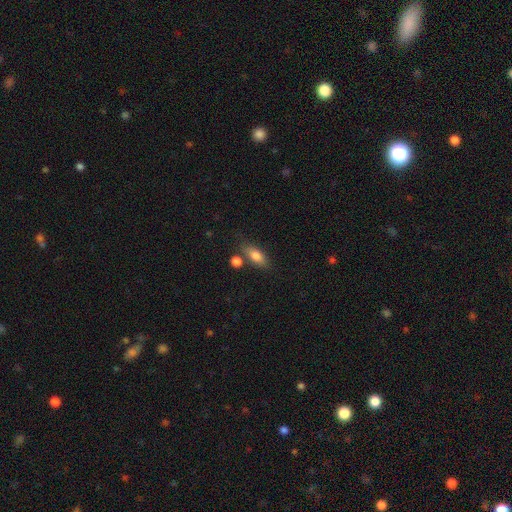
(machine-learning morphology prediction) smooth-or-featured: smooth: 80% | featured or disk: 13% | star or artifact: 7%
  how-rounded: in between: 78% | cigar-shaped: 16% | round: 5%
  merging: none: 69% | minor disturbance: 15% | merger: 12% | major disturbance: 4%